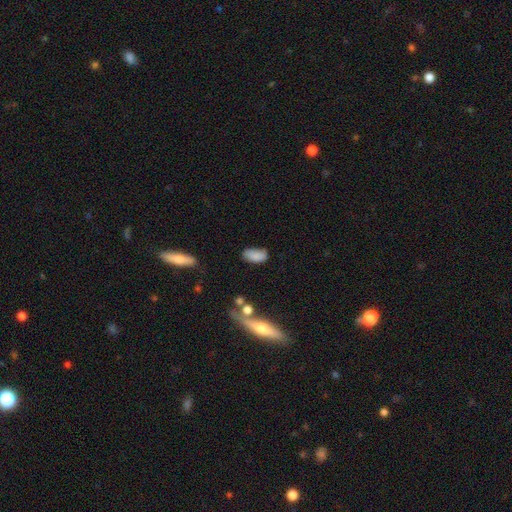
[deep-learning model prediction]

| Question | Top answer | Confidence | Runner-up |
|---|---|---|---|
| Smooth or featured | smooth | 84% | star or artifact (9%) |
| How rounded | in between | 93% | cigar-shaped (4%) |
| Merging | none | 72% | minor disturbance (19%) |